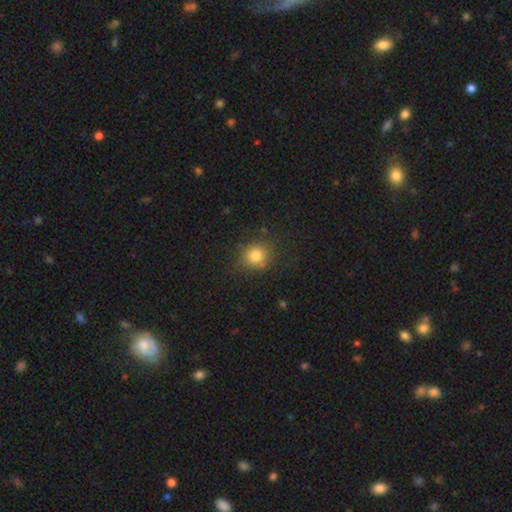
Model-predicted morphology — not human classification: This is clearly a smooth galaxy (81%). How rounded: clearly round (82%). Merging: likely none (80%).